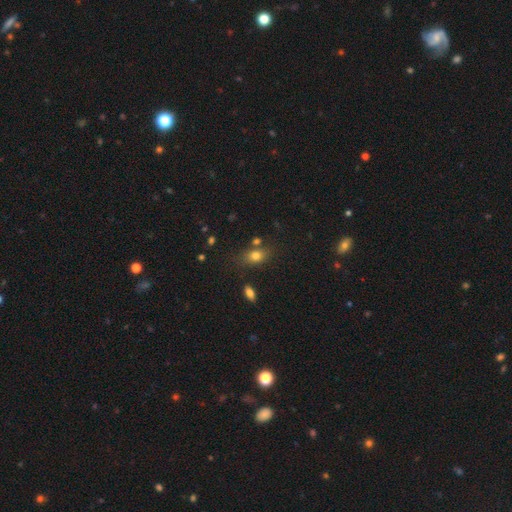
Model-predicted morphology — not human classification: A smooth galaxy with no disk features (77%) that is in between round and cigar-shaped (73%). Merging: none (69%).